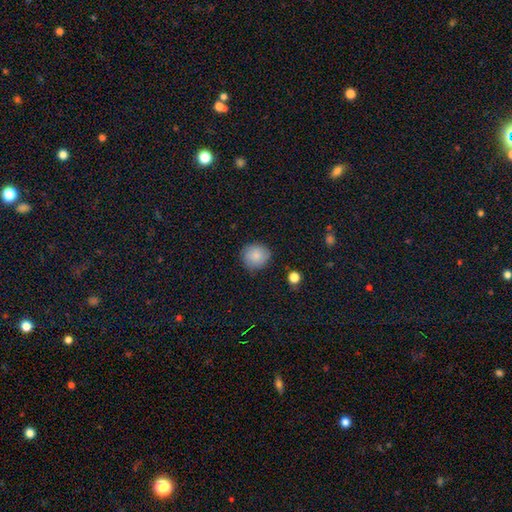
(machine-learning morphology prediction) The model was most divided on "merging": none: 77%, minor disturbance: 18%, major disturbance: 3%, merger: 2%. More confident: how rounded — round (88%); smooth or featured — smooth (83%).